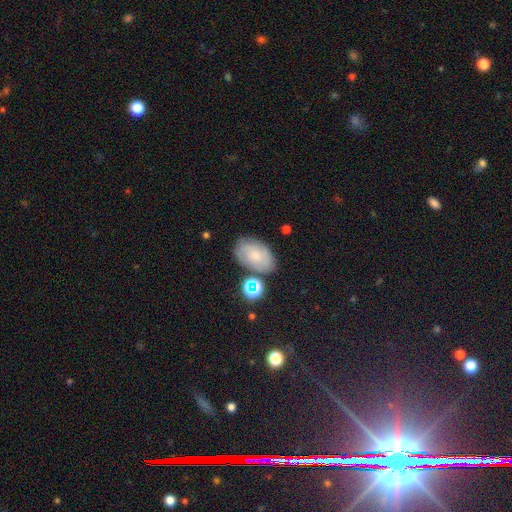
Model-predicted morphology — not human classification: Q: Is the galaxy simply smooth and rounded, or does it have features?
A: smooth — 64%.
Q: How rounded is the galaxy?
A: in between — 88%.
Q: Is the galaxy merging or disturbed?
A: none — 68%.